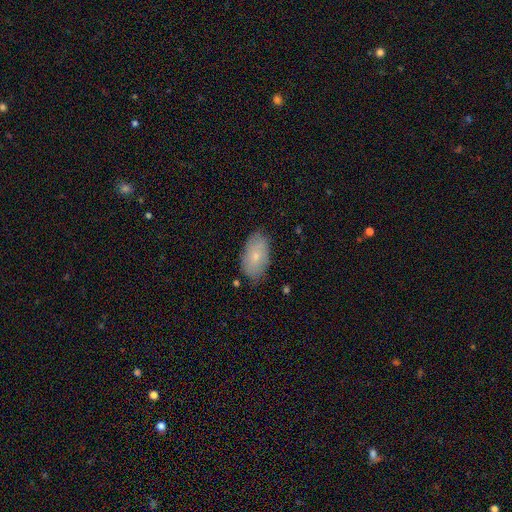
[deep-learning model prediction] The model was most divided on "smooth or featured": smooth: 74%, featured or disk: 19%, star or artifact: 7%. More confident: how rounded — in between (93%); merging — none (79%).